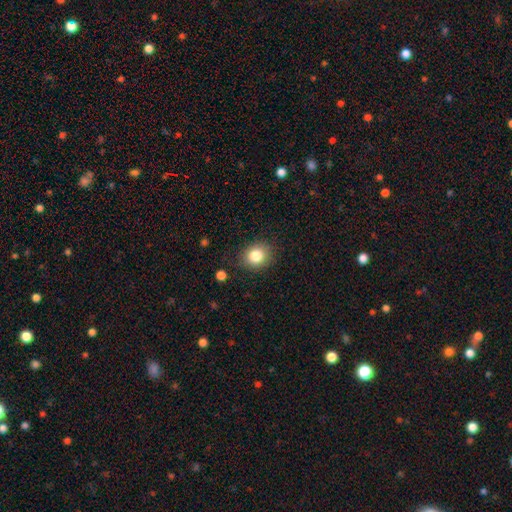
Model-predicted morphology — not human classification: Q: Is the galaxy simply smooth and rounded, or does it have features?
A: smooth — 82%.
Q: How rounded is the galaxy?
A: round — 73%.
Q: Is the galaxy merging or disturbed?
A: none — 86%.